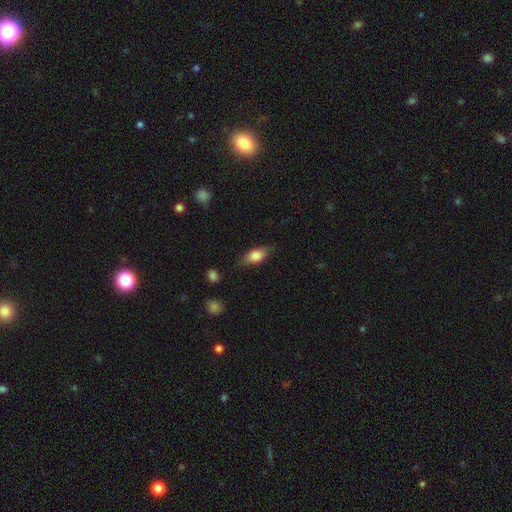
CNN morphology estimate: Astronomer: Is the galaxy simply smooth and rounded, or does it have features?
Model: smooth — 75%.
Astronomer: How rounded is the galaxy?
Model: in between — 83%.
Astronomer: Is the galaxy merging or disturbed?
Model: none — 77%.